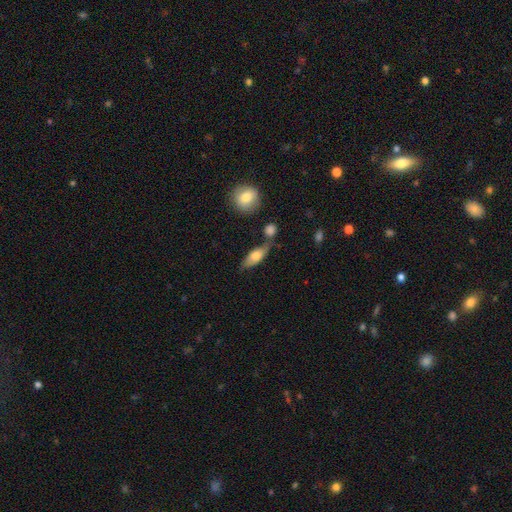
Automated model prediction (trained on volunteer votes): Q: Smooth or featured?
A: smooth (66%); runner-up: featured or disk (28%)
Q: How rounded?
A: in between (72%); runner-up: cigar-shaped (24%)
Q: Merging?
A: none (56%); runner-up: minor disturbance (20%)